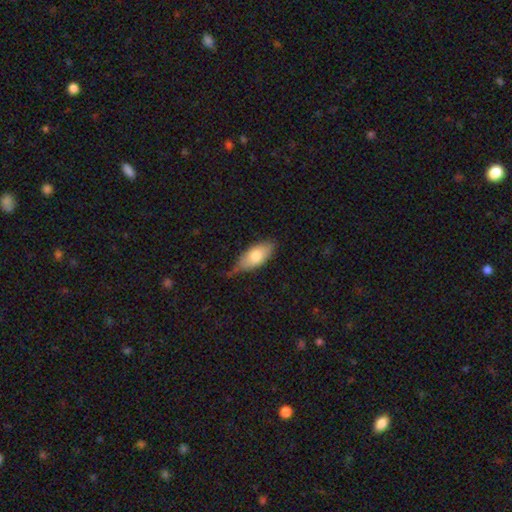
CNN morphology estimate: This appears to be a smooth galaxy with no disk features (77%) that is in between round and cigar-shaped (85%). Merging: none (66%).